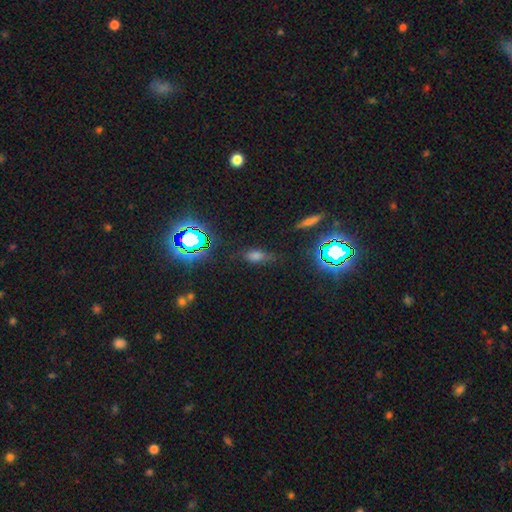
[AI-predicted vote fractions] A smooth galaxy with no disk features (58%) that is in between round and cigar-shaped (75%).

Vote fractions:
- Smooth or featured? smooth: 58% / star or artifact: 29% / featured or disk: 13%
- How rounded? in between: 75% / cigar-shaped: 16% / round: 10%
- Merging? none: 70% / minor disturbance: 20% / major disturbance: 7% / merger: 3%